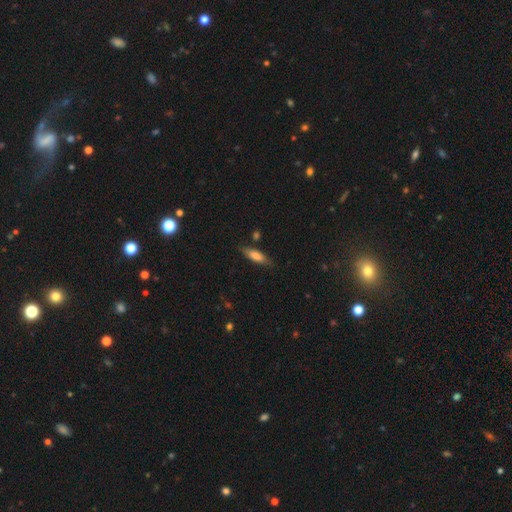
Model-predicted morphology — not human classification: Smooth or featured? smooth (75%)
How rounded? cigar-shaped (52%)
Merging? none (79%)